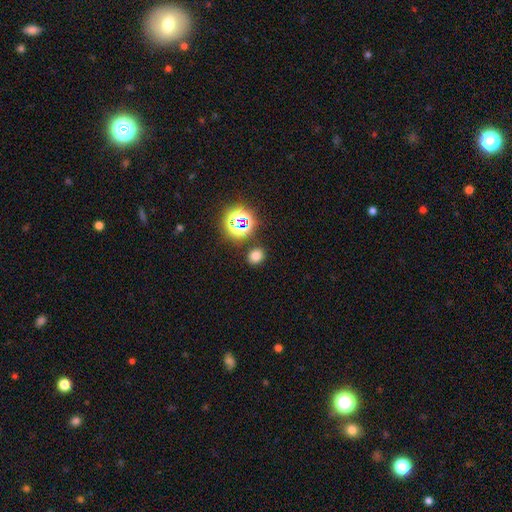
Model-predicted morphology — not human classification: Overall: smooth (71%). How rounded: round (67%; in between 32%). Merging: none (86%).